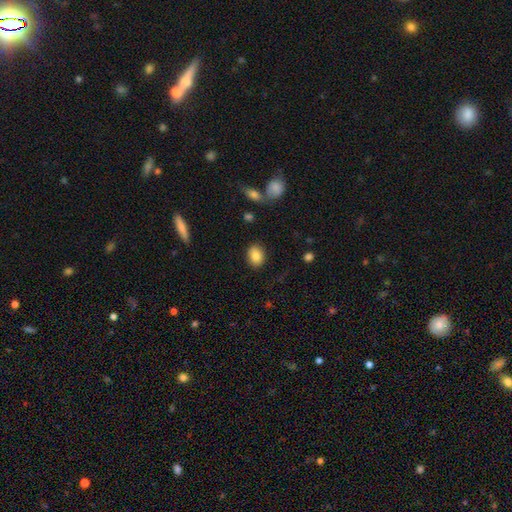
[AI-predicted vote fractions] This is clearly a smooth galaxy (86%). How rounded: likely in between (65%). Merging: clearly none (86%).